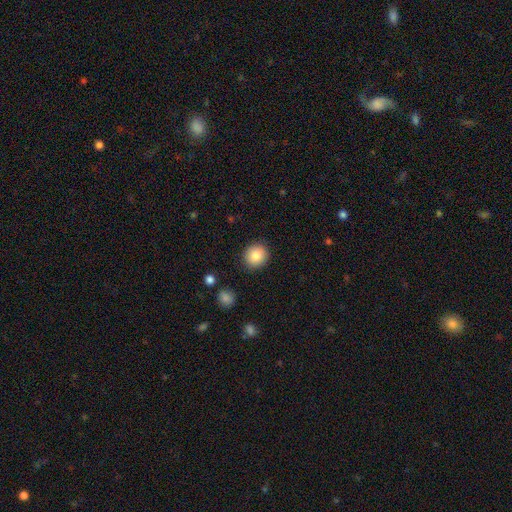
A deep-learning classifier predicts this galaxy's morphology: smooth 85%, star or artifact 9%, featured or disk 6%. Down the decision tree: how rounded — round (84%); merging — none (89%).